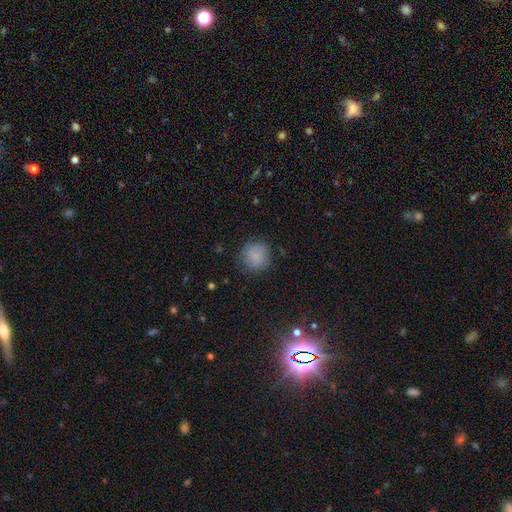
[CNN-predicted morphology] This appears to be a smooth galaxy with no disk features (79%) that is round (92%). Merging: none (80%).